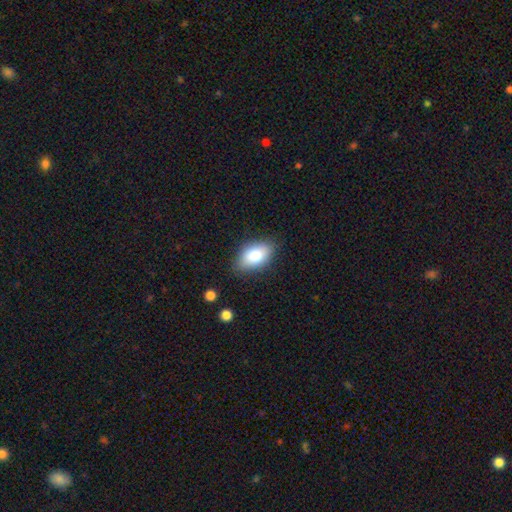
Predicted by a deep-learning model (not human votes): Smooth or featured? Predicted: smooth (p=0.80). How rounded? Predicted: in between (p=0.91). Merging? Predicted: none (p=0.82).